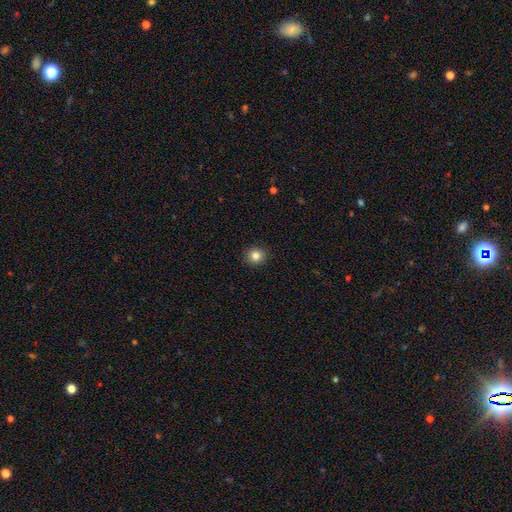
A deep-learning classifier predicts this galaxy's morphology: smooth 84%, star or artifact 11%, featured or disk 5%. Down the decision tree: how rounded — round (91%); merging — none (92%).